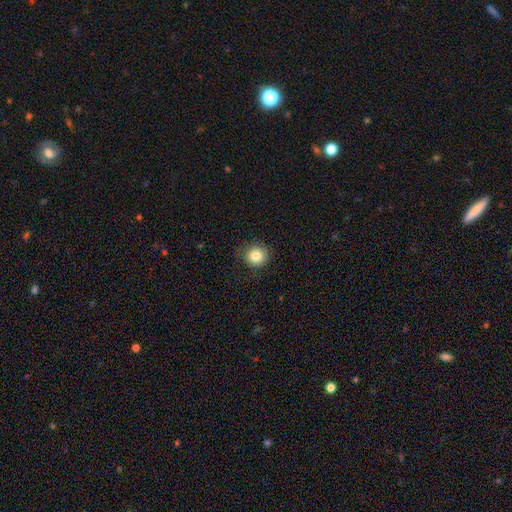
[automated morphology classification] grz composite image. It shows a smooth galaxy with no disk features (83%) that is round (92%). Merging: none (83%).